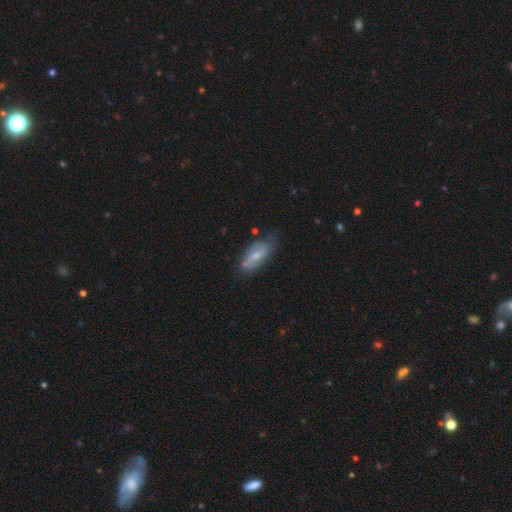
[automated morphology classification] A featured or disk galaxy (53%).

Vote fractions:
- Smooth or featured? featured or disk: 53% / smooth: 40% / star or artifact: 7%
- Edge-on disk? no: 88% / yes: 12%
- Merging? none: 66% / minor disturbance: 24% / major disturbance: 6% / merger: 4%